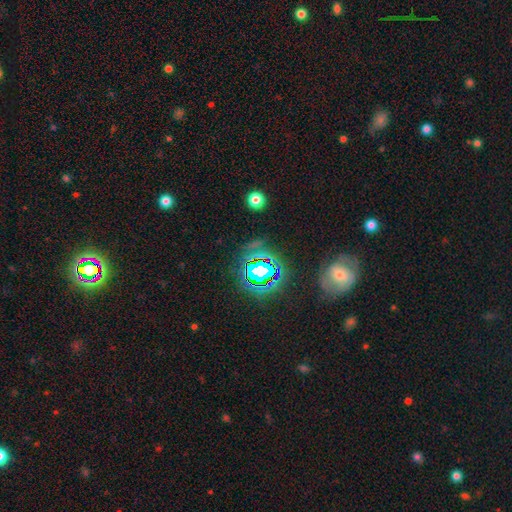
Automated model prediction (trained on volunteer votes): star or artifact 71%, smooth 16%, featured or disk 13%.